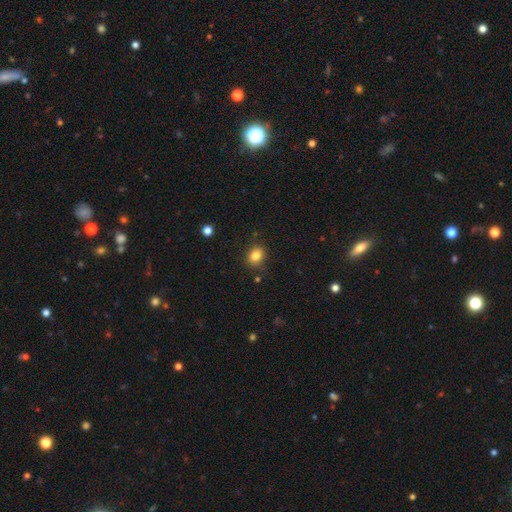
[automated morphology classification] This is clearly a smooth galaxy (83%). How rounded: likely round (60%). Merging: clearly none (82%).